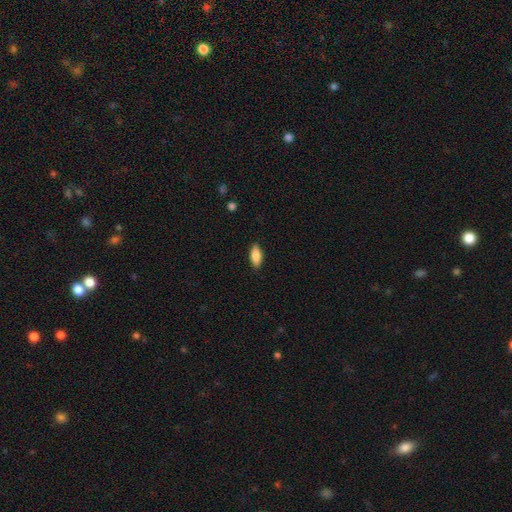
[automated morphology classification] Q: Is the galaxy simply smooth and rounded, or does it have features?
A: smooth — 81%.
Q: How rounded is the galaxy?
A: in between — 78%.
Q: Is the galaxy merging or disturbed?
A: none — 87%.